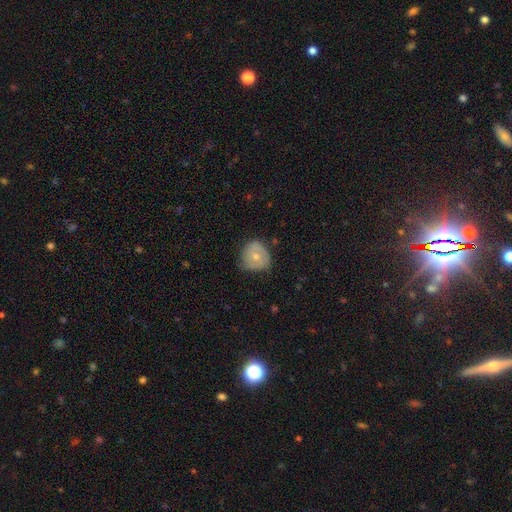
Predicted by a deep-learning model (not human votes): Smooth or featured? Predicted: smooth (p=0.58). How rounded? Predicted: round (p=0.81). Merging? Predicted: none (p=0.58).